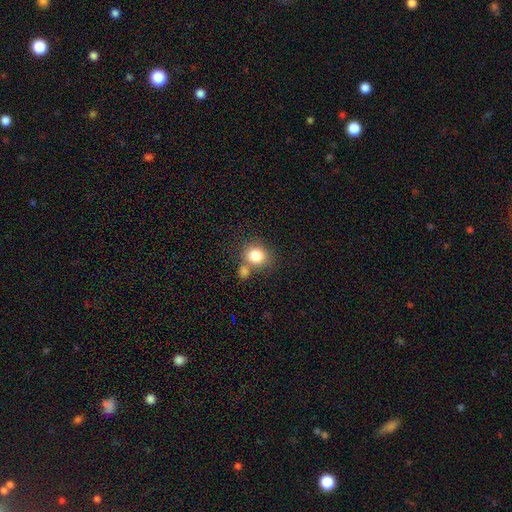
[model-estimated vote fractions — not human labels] A smooth galaxy with no disk features (82%) that is round (74%).

Vote fractions:
- Smooth or featured? smooth: 82% / star or artifact: 10% / featured or disk: 8%
- How rounded? round: 74% / in between: 25% / cigar-shaped: 1%
- Merging? none: 53% / merger: 31% / minor disturbance: 11% / major disturbance: 5%